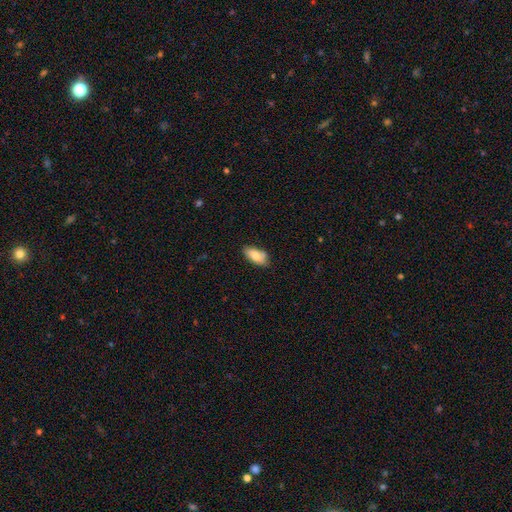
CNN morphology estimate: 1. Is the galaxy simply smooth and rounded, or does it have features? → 77% smooth, 16% featured or disk, 7% star or artifact.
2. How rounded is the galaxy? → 91% in between, 6% cigar-shaped, 3% round.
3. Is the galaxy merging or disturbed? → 67% none, 24% minor disturbance, 5% merger, 4% major disturbance.